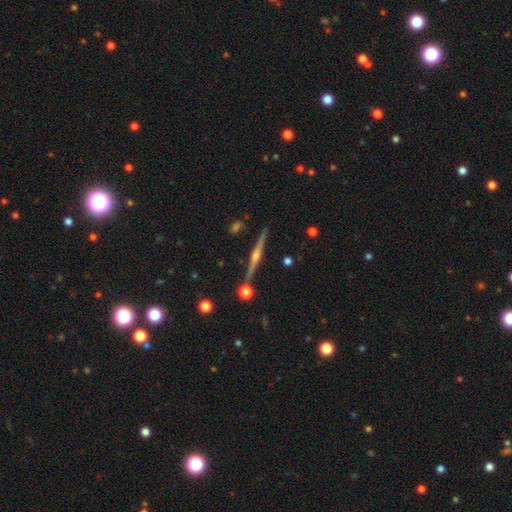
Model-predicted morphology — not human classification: type=featured or disk (82%); edge-on=yes (98%); edge-on bulge=rounded (88%); merging=none (87%).